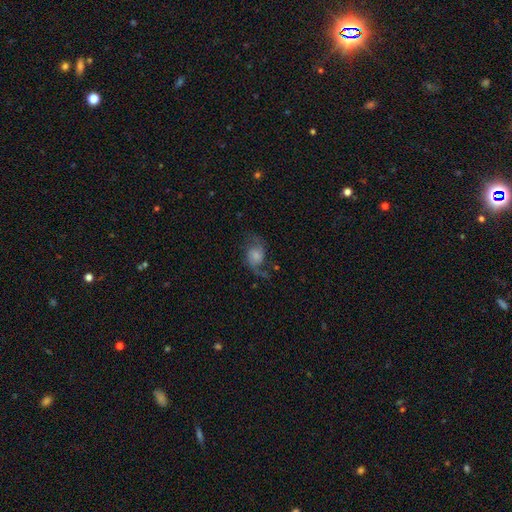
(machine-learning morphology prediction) featured or disk 73%, smooth 19%, star or artifact 8%. Down the decision tree: edge-on disk — no (98%); bar — no (65%); spiral arms — yes (94%); spiral arm count — 2 (91%); spiral winding — loose (63%); bulge size — small (32%); merging — none (62%).